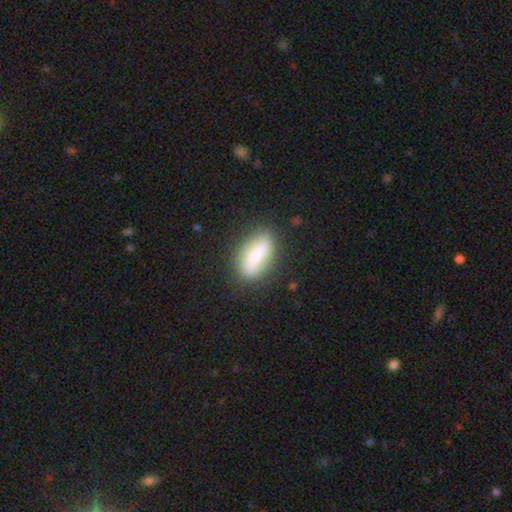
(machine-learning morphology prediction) smooth_or_featured: smooth (p=0.57) [alt: featured or disk p=0.36]
how_rounded: in between (p=0.75) [alt: cigar-shaped p=0.20]
merging: none (p=0.81) [alt: minor disturbance p=0.13]